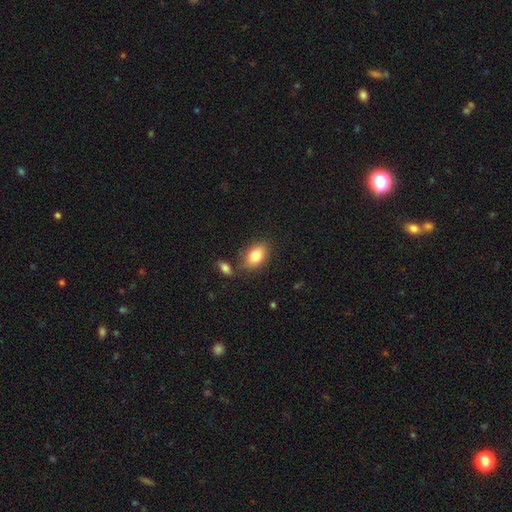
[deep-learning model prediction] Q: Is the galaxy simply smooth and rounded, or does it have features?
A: smooth — 83%.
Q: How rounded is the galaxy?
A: in between — 89%.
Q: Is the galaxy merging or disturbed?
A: none — 73%.